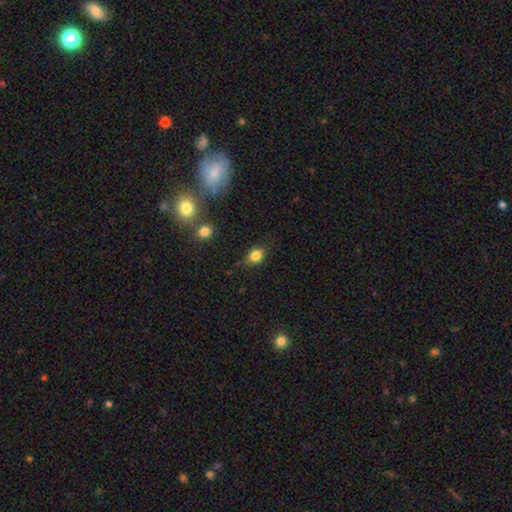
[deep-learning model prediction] smooth 82%, star or artifact 11%, featured or disk 7%. Down the decision tree: how rounded — in between (61%); merging — none (75%).